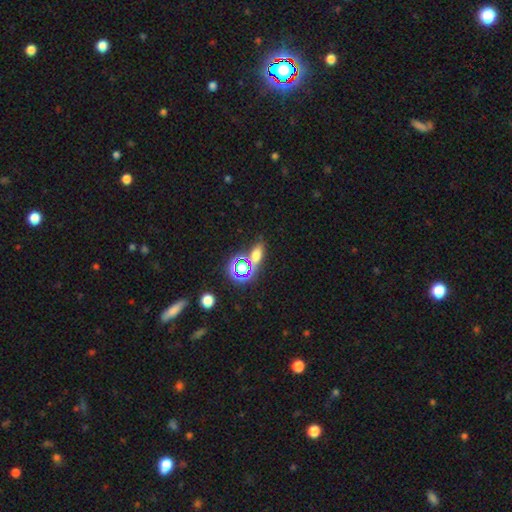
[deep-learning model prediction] This appears to be a smooth galaxy with no disk features (57%) that is in between round and cigar-shaped (73%). Merging: none (71%).